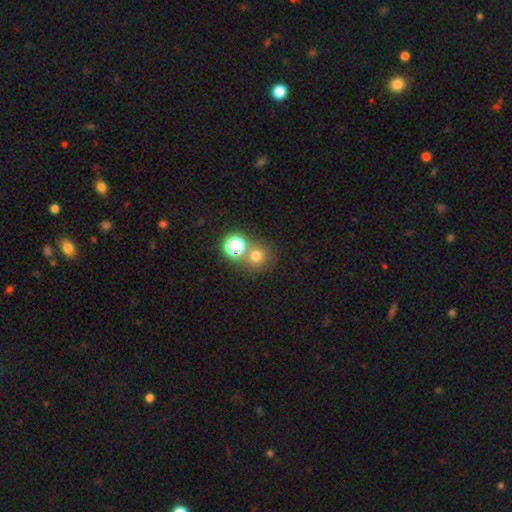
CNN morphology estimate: smooth_or_featured: smooth (p=0.69) [alt: star or artifact p=0.23]
how_rounded: round (p=0.91) [alt: in between p=0.08]
merging: none (p=0.69) [alt: merger p=0.21]